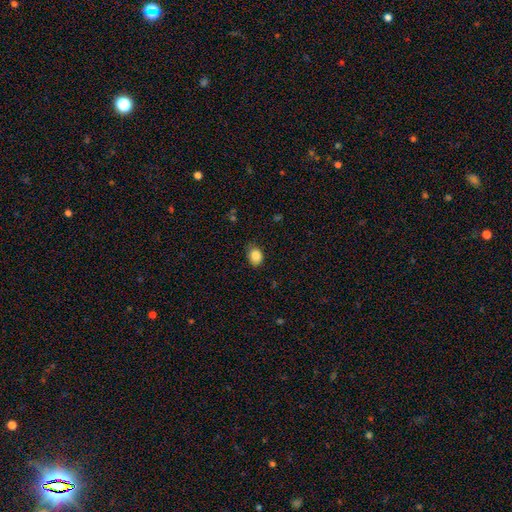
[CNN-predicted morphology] Smooth or featured? Predicted: smooth (p=0.86). How rounded? Predicted: in between (p=0.61). Merging? Predicted: none (p=0.73).